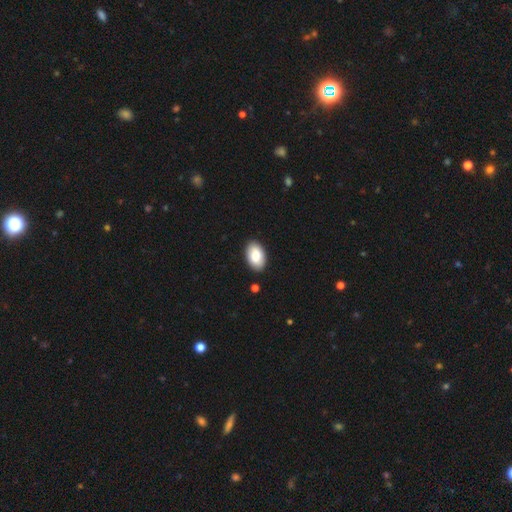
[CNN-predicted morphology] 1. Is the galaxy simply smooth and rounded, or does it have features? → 82% smooth, 12% featured or disk, 6% star or artifact.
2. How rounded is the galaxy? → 93% in between, 6% round, 1% cigar-shaped.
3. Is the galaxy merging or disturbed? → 89% none, 8% minor disturbance, 2% major disturbance, 1% merger.